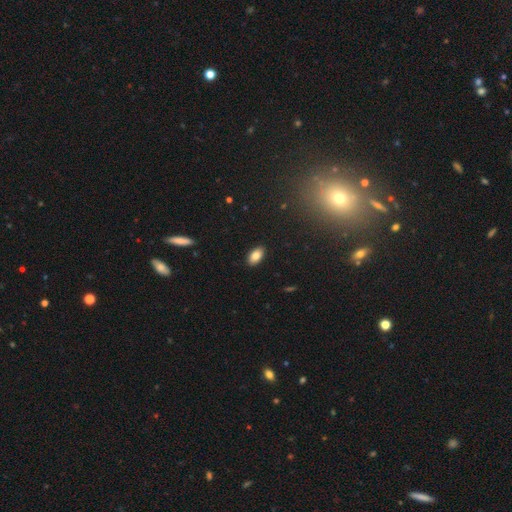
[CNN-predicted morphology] smooth_or_featured: smooth (p=0.83) [alt: star or artifact p=0.08]
how_rounded: in between (p=0.93) [alt: round p=0.05]
merging: none (p=0.89) [alt: minor disturbance p=0.08]